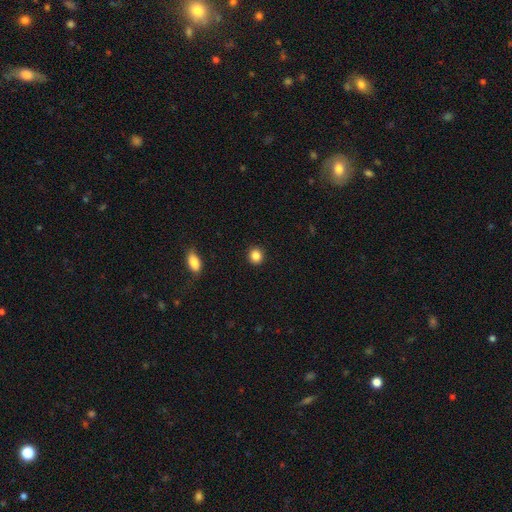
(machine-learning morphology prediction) smooth-or-featured: smooth: 86% | star or artifact: 10% | featured or disk: 4%
  how-rounded: round: 87% | in between: 12% | cigar-shaped: 1%
  merging: none: 92% | minor disturbance: 5% | major disturbance: 2% | merger: 1%